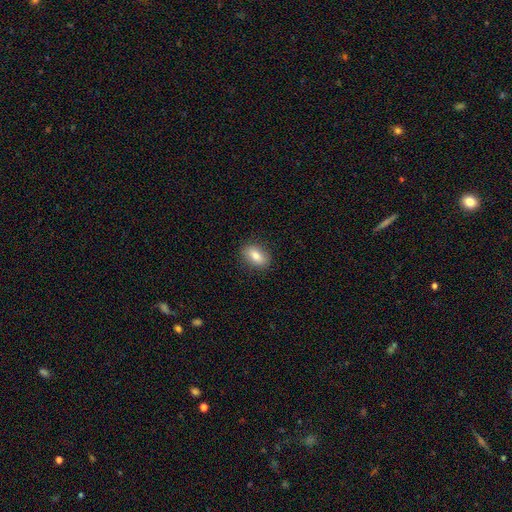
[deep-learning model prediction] Smooth or featured: smooth — 80% (featured or disk — 12%)
How rounded: in between — 85% (round — 11%)
Merging: none — 87% (minor disturbance — 10%)